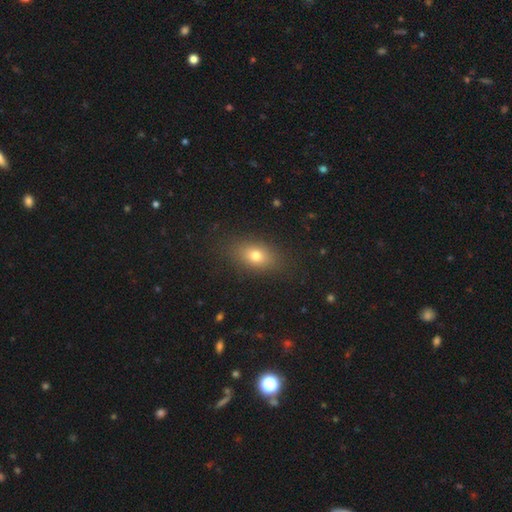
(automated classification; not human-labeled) smooth 74%, featured or disk 14%, star or artifact 12%. Down the decision tree: how rounded — in between (77%); merging — none (84%).